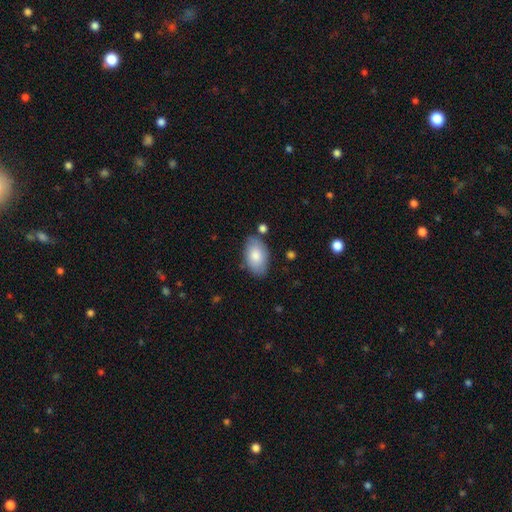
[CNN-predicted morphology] Smooth or featured: smooth — 81% (featured or disk — 13%)
How rounded: in between — 94% (round — 5%)
Merging: none — 76% (minor disturbance — 16%)